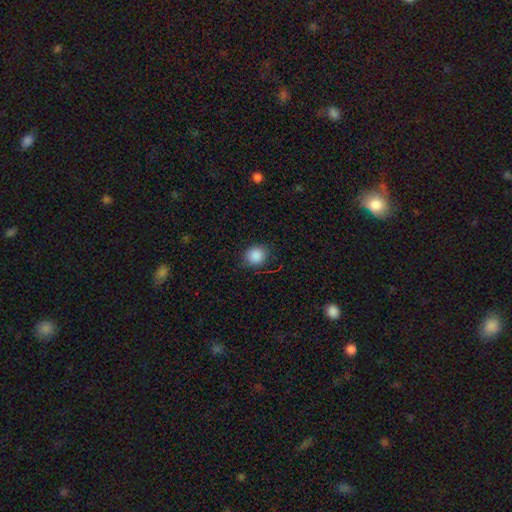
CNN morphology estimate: Q: Smooth or featured?
A: smooth (87%); runner-up: star or artifact (9%)
Q: How rounded?
A: round (82%); runner-up: in between (17%)
Q: Merging?
A: none (84%); runner-up: minor disturbance (11%)